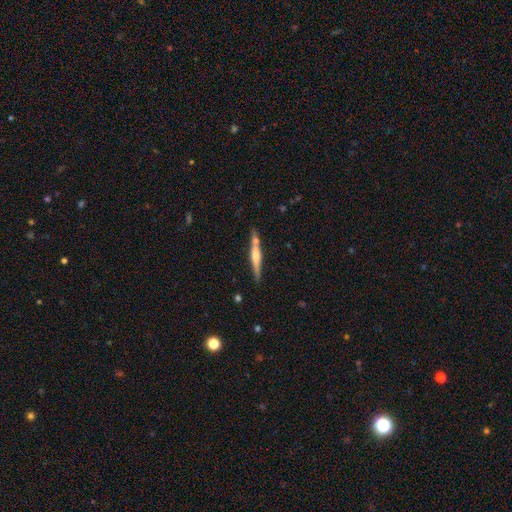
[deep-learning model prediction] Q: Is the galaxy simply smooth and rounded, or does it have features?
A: featured or disk — 56%.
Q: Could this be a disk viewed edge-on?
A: yes — 96%.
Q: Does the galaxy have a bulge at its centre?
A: rounded — 64%.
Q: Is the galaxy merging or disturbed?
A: none — 76%.